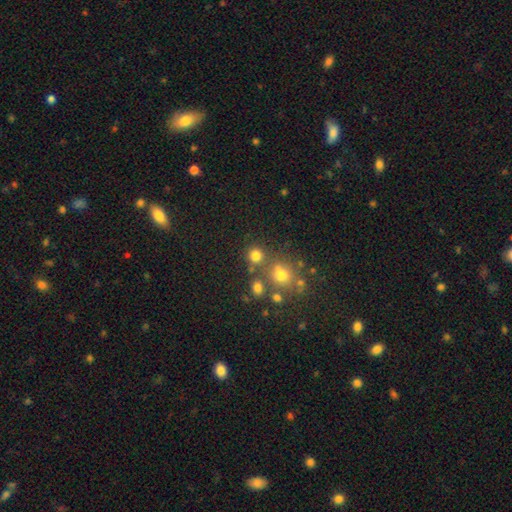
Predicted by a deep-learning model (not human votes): Smooth or featured? smooth (75%)
How rounded? round (90%)
Merging? none (72%)